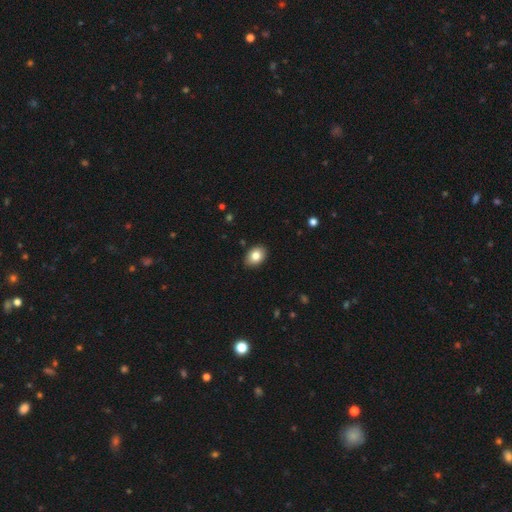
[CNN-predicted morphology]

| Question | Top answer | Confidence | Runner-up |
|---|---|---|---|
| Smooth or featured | smooth | 83% | featured or disk (9%) |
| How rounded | in between | 78% | round (21%) |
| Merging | none | 88% | minor disturbance (9%) |